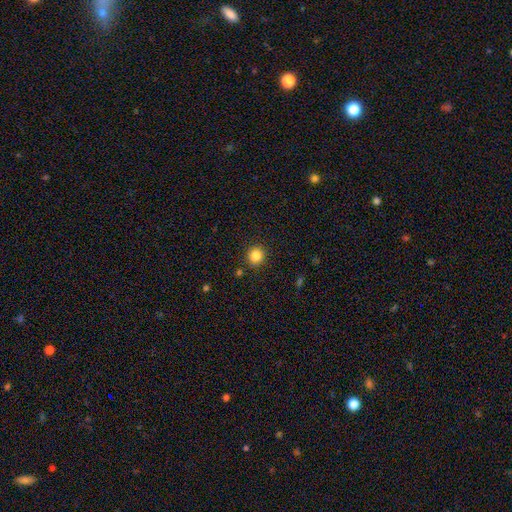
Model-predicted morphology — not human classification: A smooth galaxy with no disk features (84%) that is round (92%). Merging: none (90%).